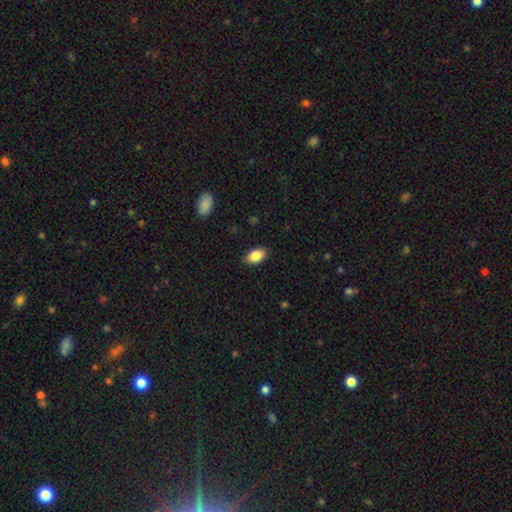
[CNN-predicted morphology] Smooth or featured: smooth — 86% (star or artifact — 7%)
How rounded: in between — 92% (round — 6%)
Merging: none — 87% (minor disturbance — 10%)